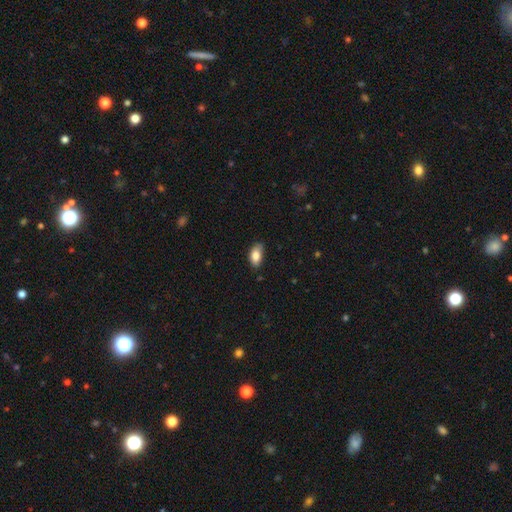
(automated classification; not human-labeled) smooth_or_featured: smooth (p=0.85) [alt: featured or disk p=0.08]
how_rounded: in between (p=0.92) [alt: round p=0.04]
merging: none (p=0.74) [alt: minor disturbance p=0.22]